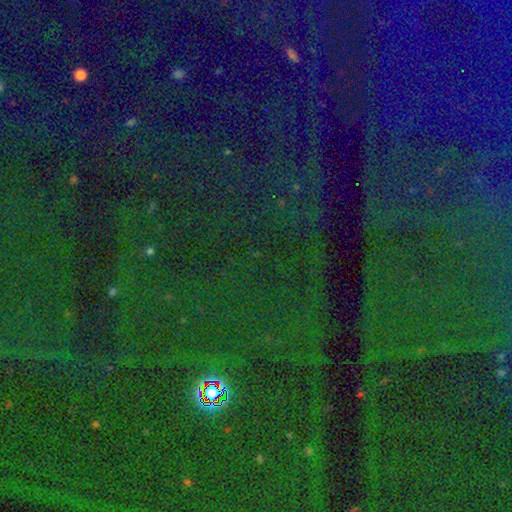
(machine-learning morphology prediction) Smooth or featured?
  - star or artifact: 85% *
  - smooth: 8%
  - featured or disk: 6%